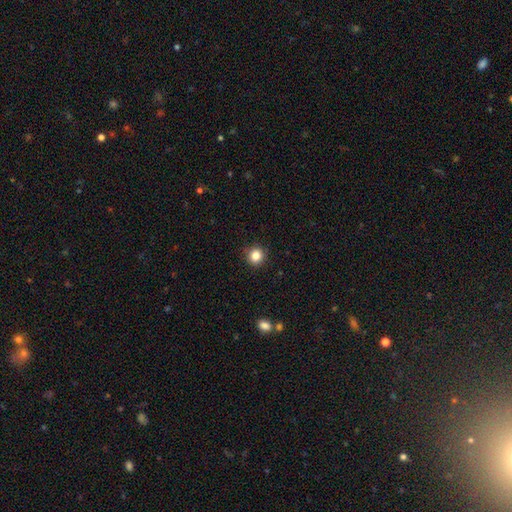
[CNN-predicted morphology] Q: Smooth or featured?
A: smooth (84%); runner-up: star or artifact (11%)
Q: How rounded?
A: round (92%); runner-up: in between (7%)
Q: Merging?
A: none (91%); runner-up: minor disturbance (6%)